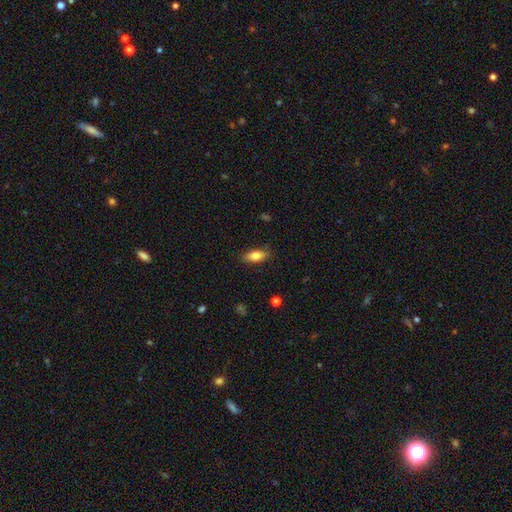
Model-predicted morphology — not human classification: Overall: smooth (78%). How rounded: in between (79%). Merging: none (84%).